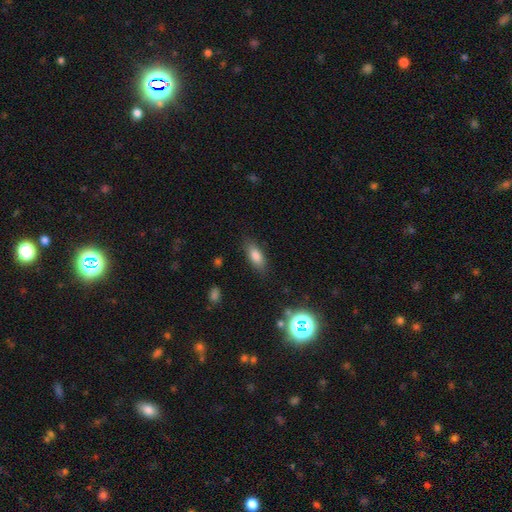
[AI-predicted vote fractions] Q: Smooth or featured?
A: smooth (82%); runner-up: featured or disk (10%)
Q: How rounded?
A: in between (78%); runner-up: cigar-shaped (19%)
Q: Merging?
A: none (83%); runner-up: minor disturbance (12%)